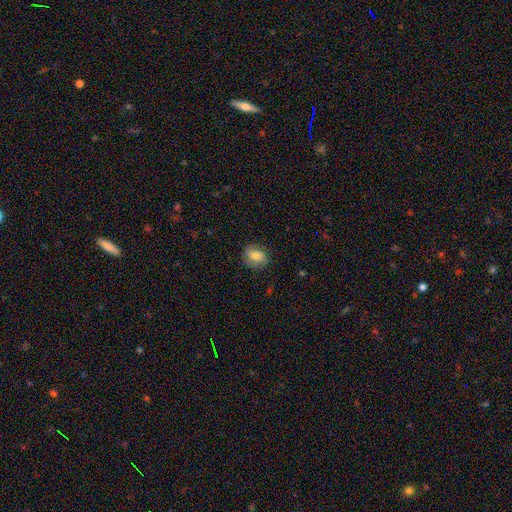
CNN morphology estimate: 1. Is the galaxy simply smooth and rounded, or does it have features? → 70% smooth, 22% featured or disk, 9% star or artifact.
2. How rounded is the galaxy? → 58% in between, 40% round, 2% cigar-shaped.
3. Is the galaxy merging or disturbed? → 78% none, 16% minor disturbance, 5% major disturbance, 1% merger.